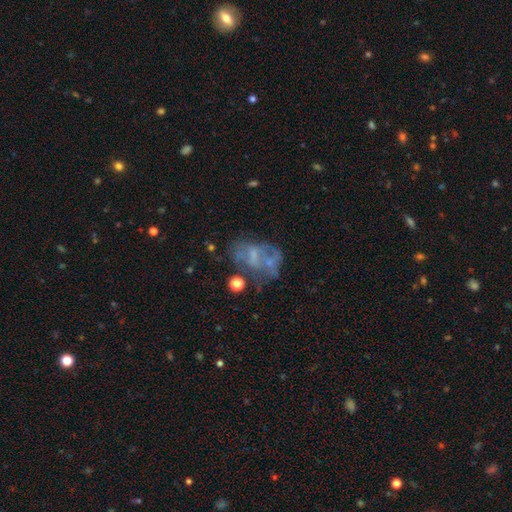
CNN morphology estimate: Overall: featured or disk (56%; smooth 25%). Edge-on disk: no (97%). Bar: no (72%). Spiral arms: no (75%). Bulge size: none (46%; small 35%). Merging: none (38%; major disturbance 27%).